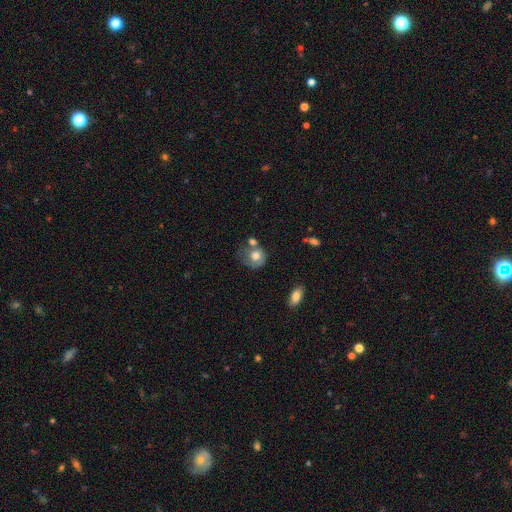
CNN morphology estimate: This is likely a smooth galaxy (70%). How rounded: likely round (74%). Merging: marginally none (39%).